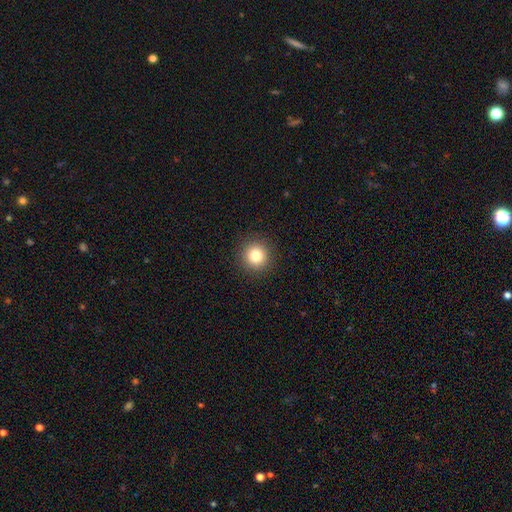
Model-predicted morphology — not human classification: Smooth or featured?
  - smooth: 81% *
  - star or artifact: 12%
  - featured or disk: 7%
How rounded?
  - round: 95% *
  - in between: 4%
  - cigar-shaped: 1%
Merging?
  - none: 92% *
  - minor disturbance: 5%
  - major disturbance: 2%
  - merger: 1%